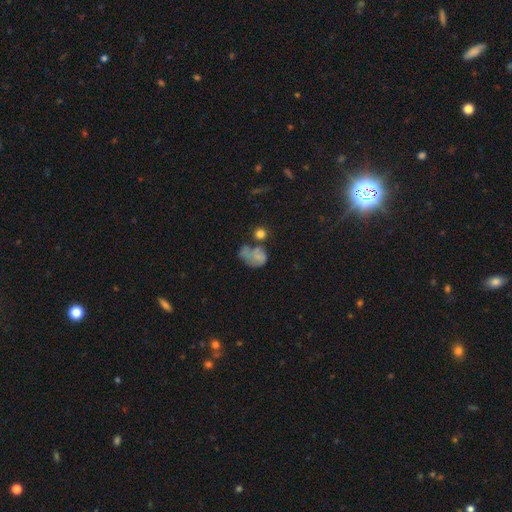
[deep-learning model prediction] smooth 59%, featured or disk 28%, star or artifact 13%. Down the decision tree: how rounded — in between (54%); merging — major disturbance (29%).